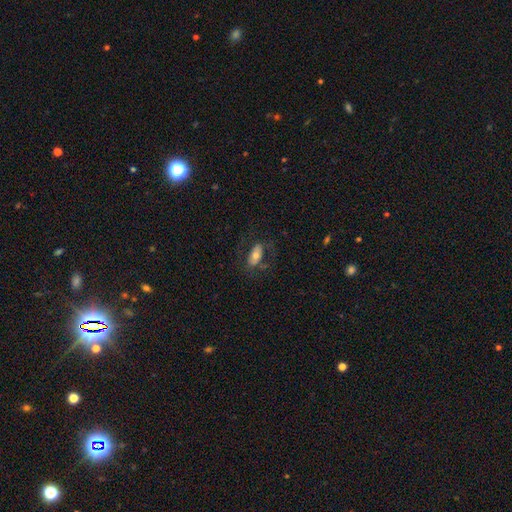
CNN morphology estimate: A smooth galaxy with no disk features (61%) that is in between round and cigar-shaped (88%).

Vote fractions:
- Smooth or featured? smooth: 61% / featured or disk: 32% / star or artifact: 7%
- How rounded? in between: 88% / cigar-shaped: 8% / round: 4%
- Merging? none: 69% / minor disturbance: 17% / major disturbance: 13% / merger: 2%